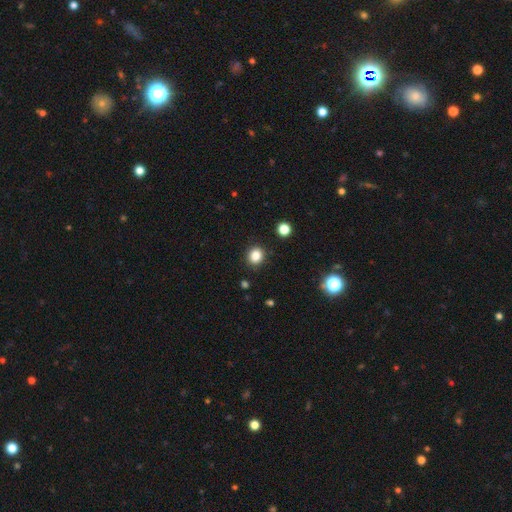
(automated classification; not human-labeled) This appears to be a smooth galaxy with no disk features (83%) that is round (78%). Merging: none (90%).